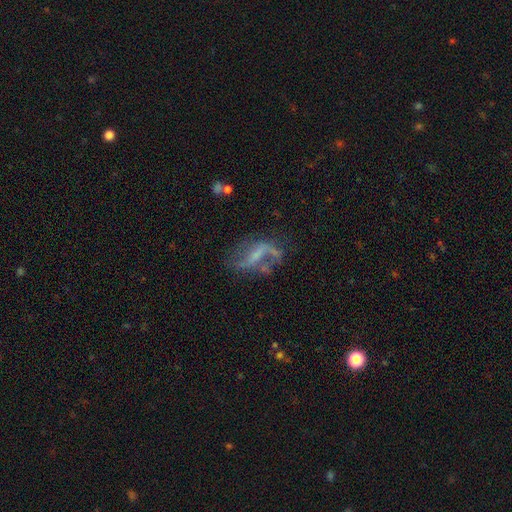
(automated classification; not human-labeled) Smooth or featured? Predicted: featured or disk (p=0.70). Edge-on disk? Predicted: no (p=0.93). Bar? Predicted: weak (p=0.39). Spiral arms? Predicted: yes (p=0.72). Bulge size? Predicted: none (p=0.42). Merging? Predicted: none (p=0.45).